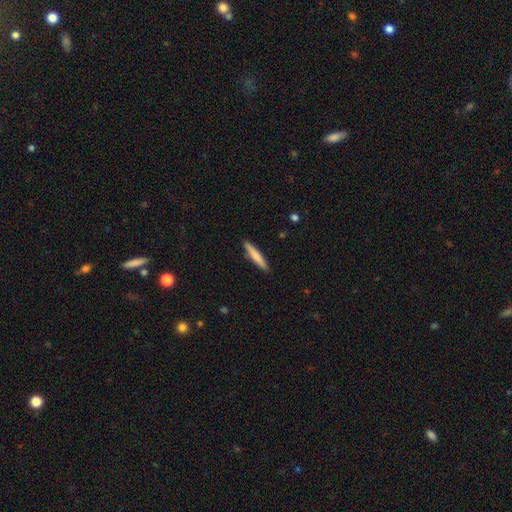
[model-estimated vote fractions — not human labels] smooth_or_featured: smooth (p=0.74) [alt: featured or disk p=0.21]
how_rounded: cigar-shaped (p=0.92) [alt: in between p=0.06]
merging: none (p=0.90) [alt: minor disturbance p=0.08]